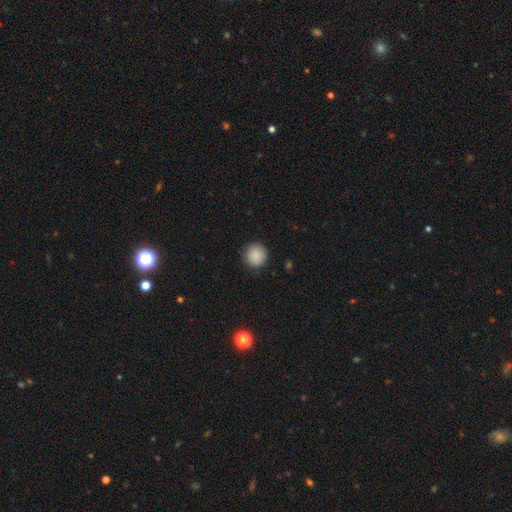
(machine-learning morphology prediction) type=smooth (89%); roundness=round (94%); merging=none (91%).